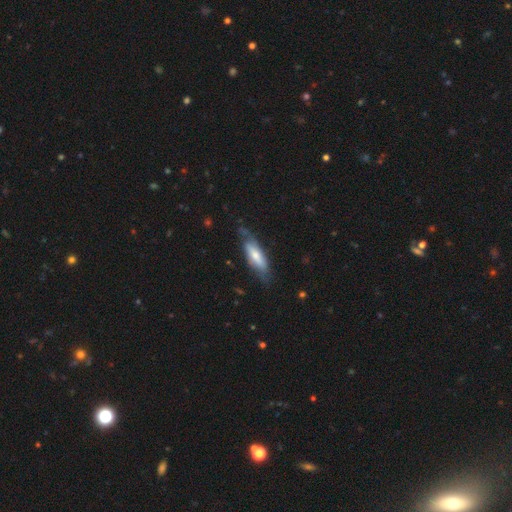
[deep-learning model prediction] Smooth or featured?
  - smooth: 60% *
  - featured or disk: 35%
  - star or artifact: 6%
How rounded?
  - in between: 53% *
  - cigar-shaped: 45%
  - round: 2%
Merging?
  - none: 63% *
  - minor disturbance: 26%
  - major disturbance: 9%
  - merger: 2%